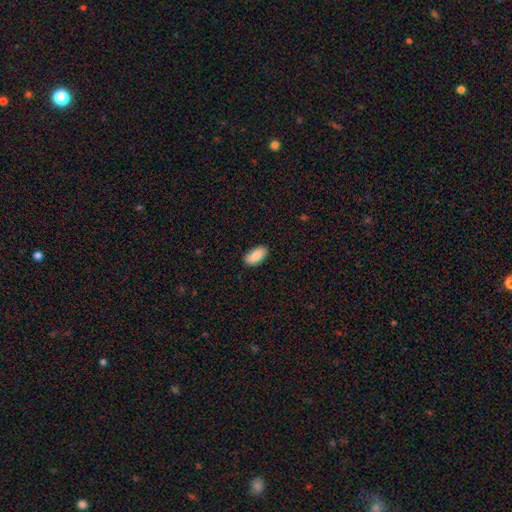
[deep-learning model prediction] smooth 86%, featured or disk 7%, star or artifact 6%. Down the decision tree: how rounded — in between (92%); merging — none (87%).